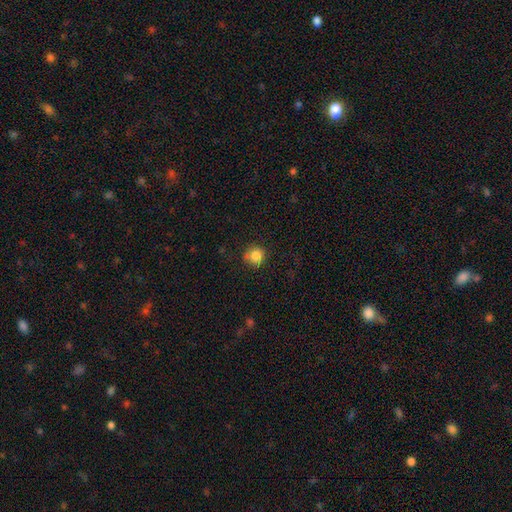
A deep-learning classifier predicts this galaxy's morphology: smooth-or-featured: smooth: 85% | star or artifact: 10% | featured or disk: 6%
  how-rounded: round: 91% | in between: 8% | cigar-shaped: 1%
  merging: none: 82% | minor disturbance: 14% | major disturbance: 3% | merger: 1%